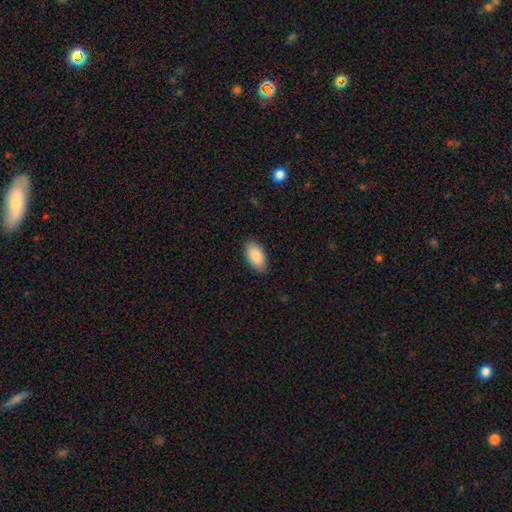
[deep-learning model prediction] smooth_or_featured: smooth (p=0.89) [alt: star or artifact p=0.06]
how_rounded: in between (p=0.95) [alt: round p=0.03]
merging: none (p=0.87) [alt: minor disturbance p=0.10]